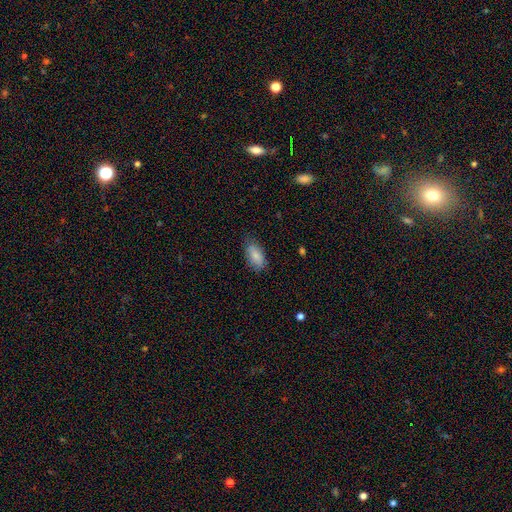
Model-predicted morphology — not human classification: type=smooth (81%); roundness=in between (91%); merging=none (73%).